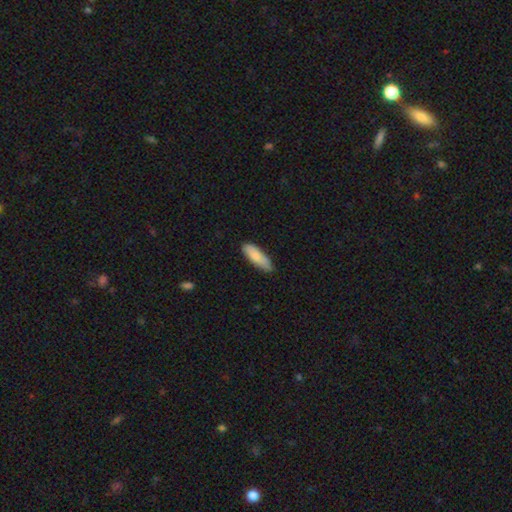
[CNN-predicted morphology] Smooth or featured? smooth (84%)
How rounded? in between (58%)
Merging? none (71%)